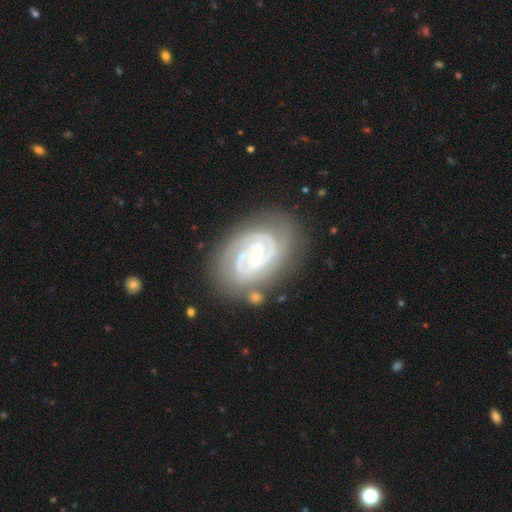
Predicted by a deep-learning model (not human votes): Q: Smooth or featured?
A: featured or disk (91%); runner-up: star or artifact (5%)
Q: Edge-on disk?
A: no (97%); runner-up: yes (3%)
Q: Bar?
A: no (41%); runner-up: weak (39%)
Q: Spiral arms?
A: yes (98%); runner-up: no (2%)
Q: Spiral winding?
A: tight (73%); runner-up: medium (23%)
Q: Spiral arm count?
A: 2 (52%); runner-up: 3 (25%)
Q: Bulge size?
A: small (67%); runner-up: moderate (29%)
Q: Merging?
A: none (73%); runner-up: minor disturbance (17%)